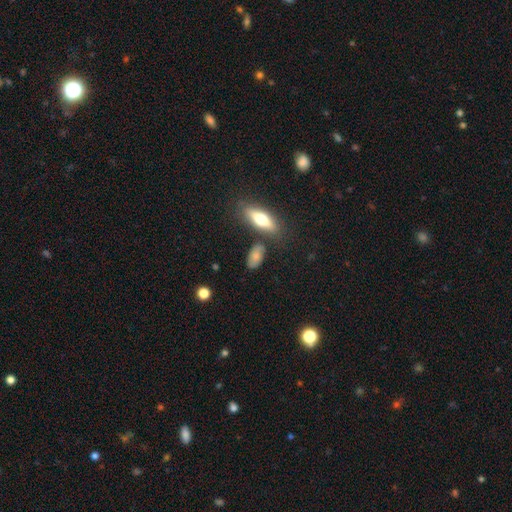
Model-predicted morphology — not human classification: A smooth galaxy with no disk features (70%) that is in between round and cigar-shaped (86%).

Vote fractions:
- Smooth or featured? smooth: 70% / featured or disk: 21% / star or artifact: 9%
- How rounded? in between: 86% / cigar-shaped: 8% / round: 7%
- Merging? none: 70% / minor disturbance: 18% / merger: 7% / major disturbance: 5%